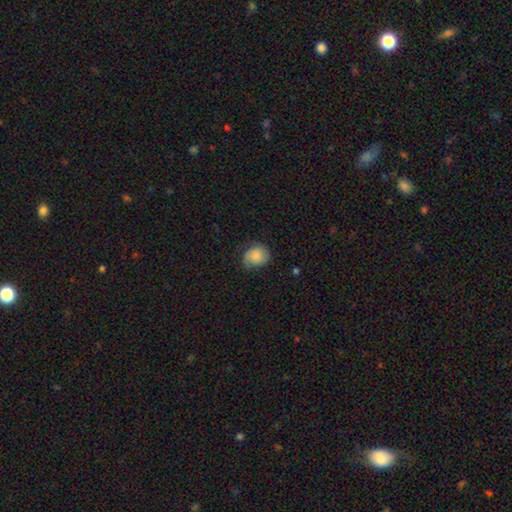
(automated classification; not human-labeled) Smooth or featured?
  - smooth: 75% *
  - featured or disk: 17%
  - star or artifact: 8%
How rounded?
  - round: 65% *
  - in between: 34%
  - cigar-shaped: 1%
Merging?
  - none: 63% *
  - minor disturbance: 28%
  - major disturbance: 8%
  - merger: 1%